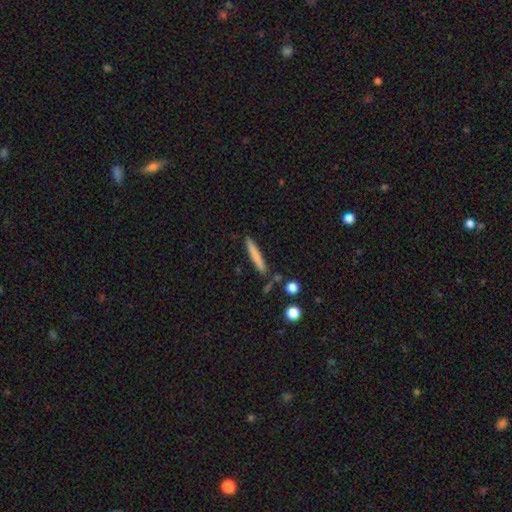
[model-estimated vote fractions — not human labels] Overall: smooth (74%). How rounded: cigar-shaped (94%). Merging: none (81%).